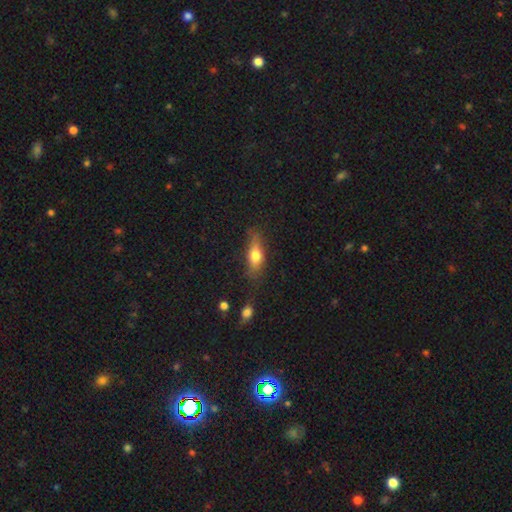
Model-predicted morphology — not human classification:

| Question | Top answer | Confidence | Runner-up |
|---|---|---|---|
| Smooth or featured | smooth | 65% | featured or disk (27%) |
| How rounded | in between | 57% | cigar-shaped (37%) |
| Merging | none | 66% | minor disturbance (23%) |